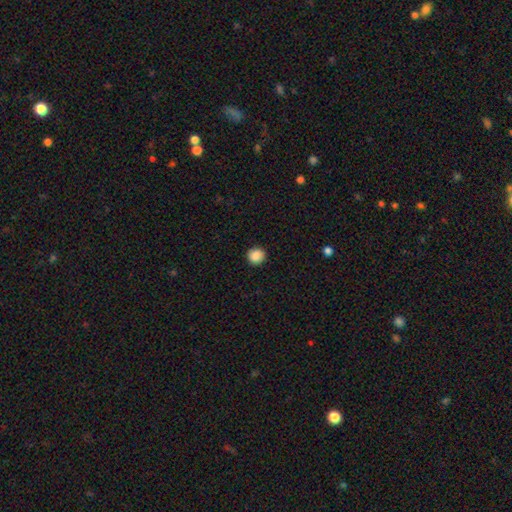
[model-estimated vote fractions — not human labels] Smooth or featured? Predicted: smooth (p=0.88). How rounded? Predicted: round (p=0.90). Merging? Predicted: none (p=0.91).